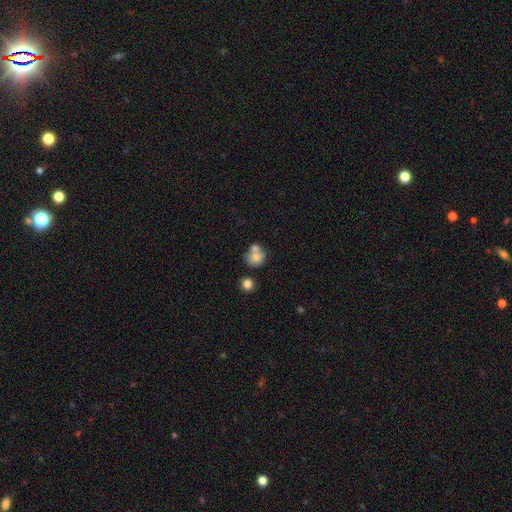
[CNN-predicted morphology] smooth_or_featured: smooth (p=0.73) [alt: featured or disk p=0.17]
how_rounded: round (p=0.80) [alt: in between p=0.19]
merging: merger (p=0.44) [alt: none p=0.42]